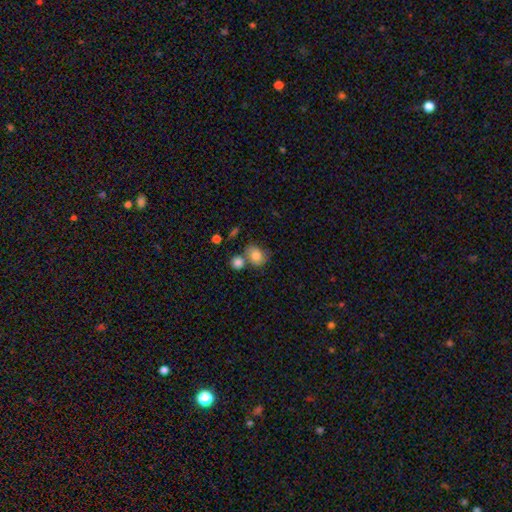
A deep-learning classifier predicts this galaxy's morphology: type=smooth (80%); roundness=round (56%); merging=none (46%).